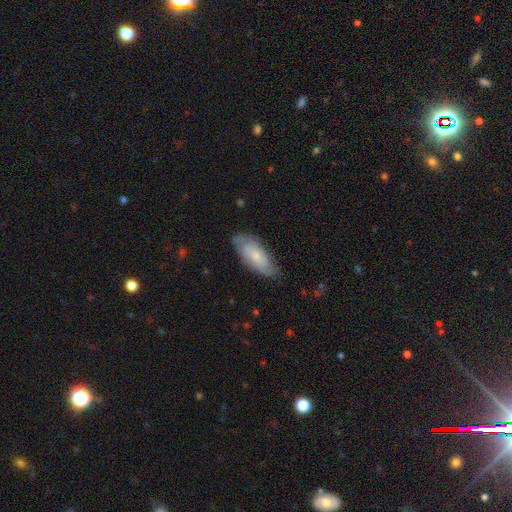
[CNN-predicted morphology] smooth-or-featured: featured or disk: 52% | smooth: 42% | star or artifact: 6%
  disk-edge-on: no: 88% | yes: 12%
  merging: none: 72% | minor disturbance: 22% | major disturbance: 5% | merger: 1%